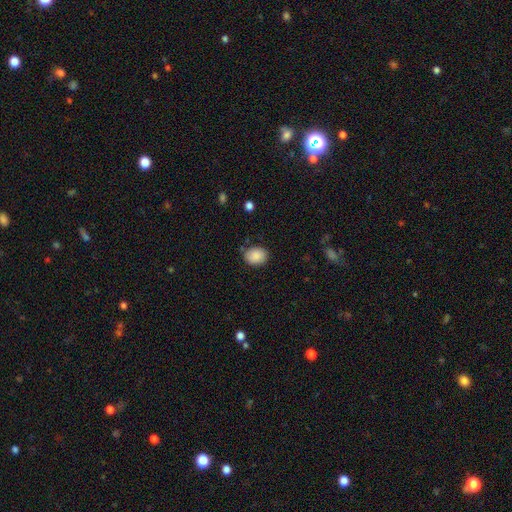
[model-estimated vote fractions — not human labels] Overall: smooth (87%). How rounded: in between (54%; round 45%). Merging: none (77%).